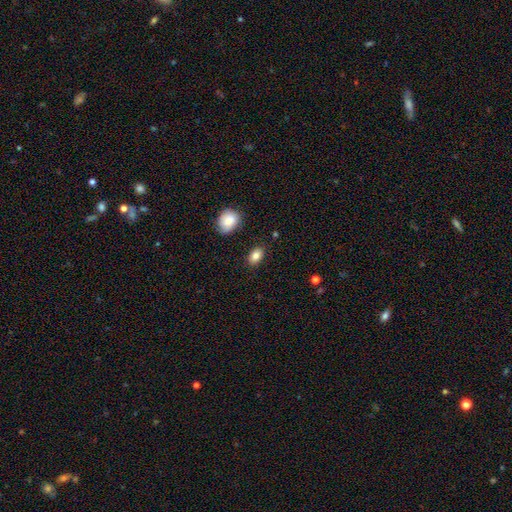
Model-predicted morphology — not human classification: Q: Smooth or featured?
A: smooth (84%); runner-up: star or artifact (8%)
Q: How rounded?
A: in between (87%); runner-up: round (12%)
Q: Merging?
A: none (85%); runner-up: minor disturbance (10%)